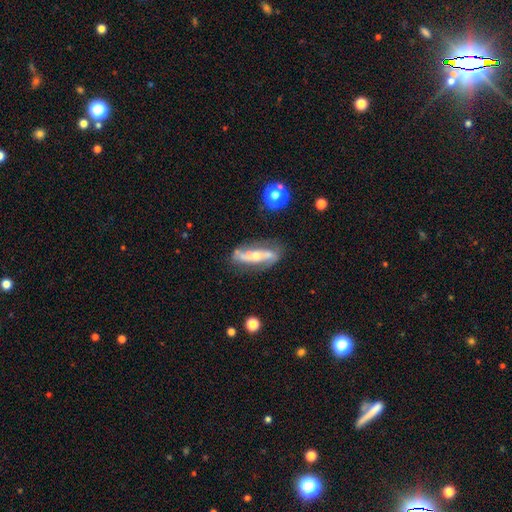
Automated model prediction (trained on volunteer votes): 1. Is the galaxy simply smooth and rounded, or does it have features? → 75% featured or disk, 19% smooth, 7% star or artifact.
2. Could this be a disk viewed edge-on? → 73% no, 27% yes.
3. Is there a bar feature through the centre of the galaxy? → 45% no, 31% strong, 24% weak.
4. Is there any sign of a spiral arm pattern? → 79% yes, 21% no.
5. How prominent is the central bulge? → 62% moderate, 30% small, 5% large, 2% none, 1% dominant.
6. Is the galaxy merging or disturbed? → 67% none, 20% minor disturbance, 8% major disturbance, 5% merger.